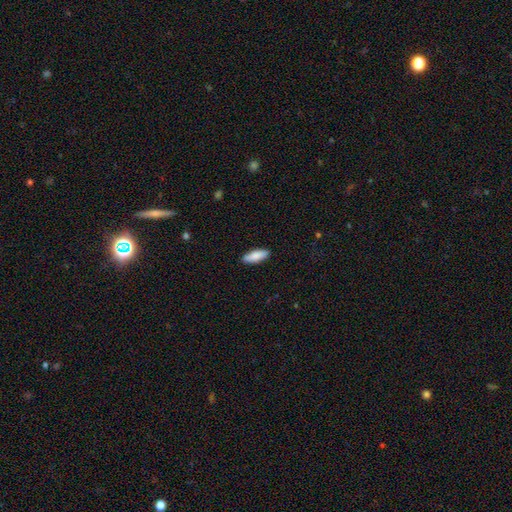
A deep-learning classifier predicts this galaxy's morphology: Smooth or featured?
  - smooth: 86% *
  - featured or disk: 9%
  - star or artifact: 6%
How rounded?
  - in between: 65% *
  - cigar-shaped: 33%
  - round: 2%
Merging?
  - none: 88% *
  - minor disturbance: 9%
  - major disturbance: 2%
  - merger: 1%